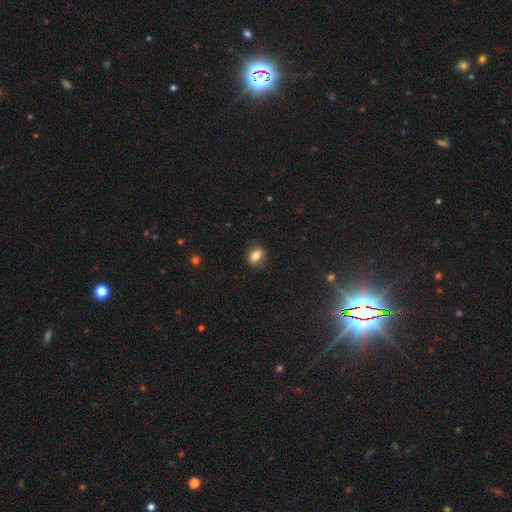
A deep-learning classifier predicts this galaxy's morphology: A smooth galaxy with no disk features (76%) that is in between round and cigar-shaped (59%).

Vote fractions:
- Smooth or featured? smooth: 76% / featured or disk: 13% / star or artifact: 10%
- How rounded? in between: 59% / round: 39% / cigar-shaped: 2%
- Merging? none: 83% / minor disturbance: 12% / major disturbance: 3% / merger: 1%